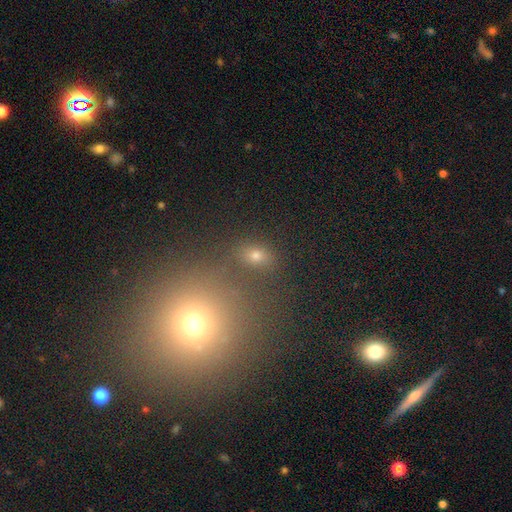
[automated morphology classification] smooth_or_featured: smooth (p=0.65) [alt: star or artifact p=0.24]
how_rounded: in between (p=0.64) [alt: round p=0.33]
merging: none (p=0.76) [alt: minor disturbance p=0.10]